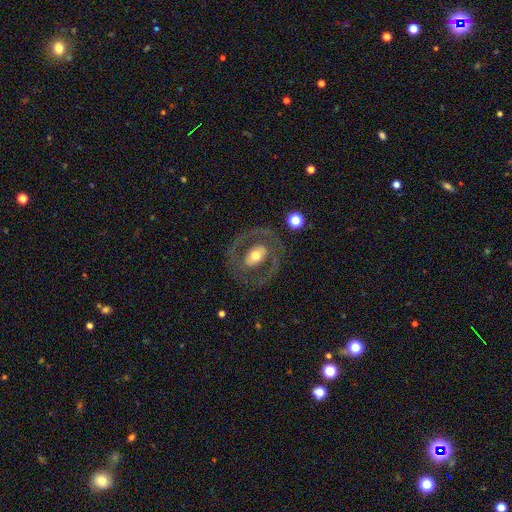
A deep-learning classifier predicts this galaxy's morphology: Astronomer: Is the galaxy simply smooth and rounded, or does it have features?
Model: featured or disk — 68%.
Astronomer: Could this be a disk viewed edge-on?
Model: no — 94%.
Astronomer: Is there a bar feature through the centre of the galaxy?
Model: no — 48% (runner-up: weak, 28%).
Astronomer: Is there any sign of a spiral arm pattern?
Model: no — 58% (runner-up: yes, 42%).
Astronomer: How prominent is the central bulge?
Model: moderate — 65%.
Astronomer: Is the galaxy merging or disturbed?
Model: none — 75%.